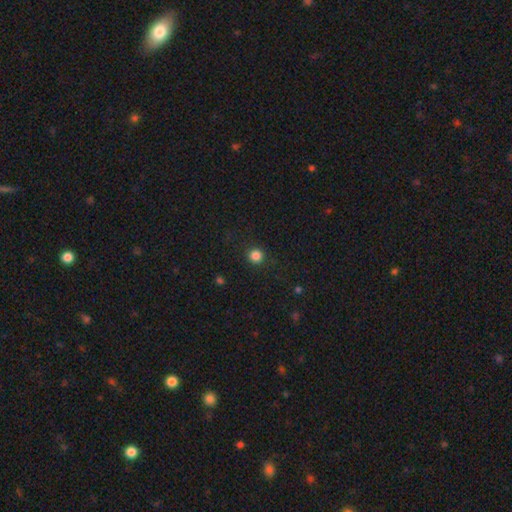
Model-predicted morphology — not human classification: smooth_or_featured: smooth (p=0.84) [alt: star or artifact p=0.13]
how_rounded: round (p=0.94) [alt: in between p=0.05]
merging: none (p=0.92) [alt: minor disturbance p=0.05]